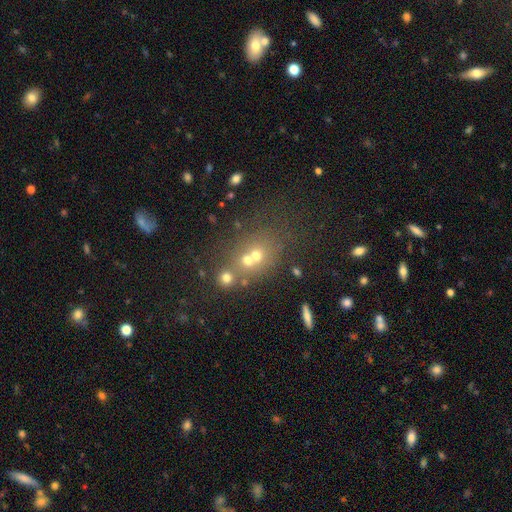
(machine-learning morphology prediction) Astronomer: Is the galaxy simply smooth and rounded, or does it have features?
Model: smooth — 50% (runner-up: star or artifact, 32%).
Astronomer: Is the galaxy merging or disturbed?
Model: none — 49% (runner-up: merger, 35%).